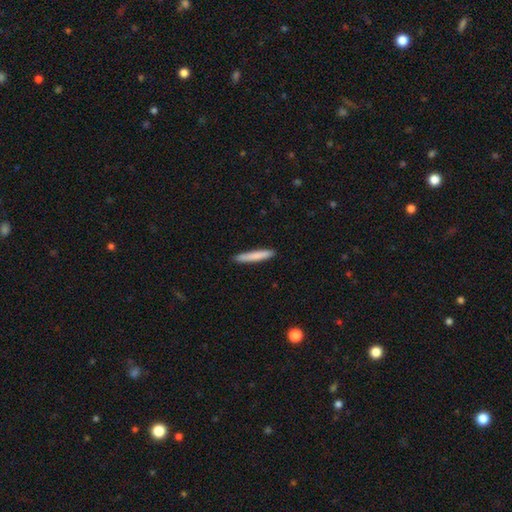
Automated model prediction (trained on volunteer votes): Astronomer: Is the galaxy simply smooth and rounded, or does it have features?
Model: smooth — 81%.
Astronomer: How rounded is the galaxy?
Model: cigar-shaped — 95%.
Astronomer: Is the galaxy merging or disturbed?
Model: none — 90%.